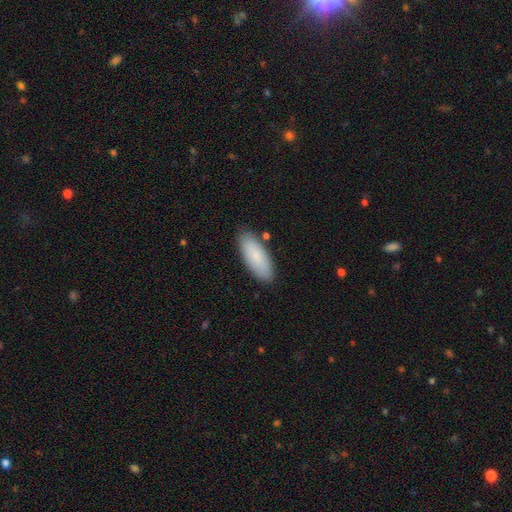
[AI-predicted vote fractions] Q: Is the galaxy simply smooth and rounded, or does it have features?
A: smooth — 83%.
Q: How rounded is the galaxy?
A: in between — 80%.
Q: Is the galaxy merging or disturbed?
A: none — 85%.